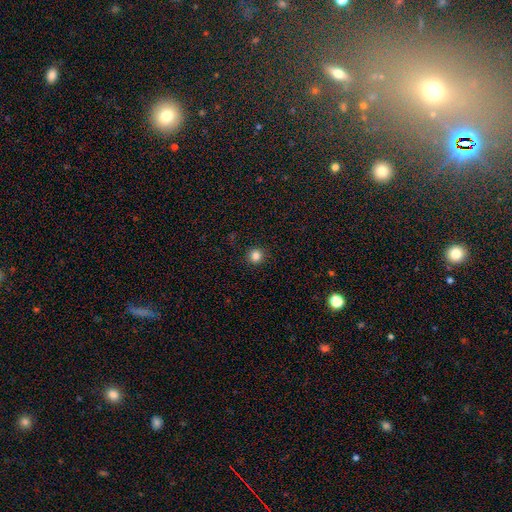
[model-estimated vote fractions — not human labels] This is clearly a smooth galaxy (84%). How rounded: clearly round (92%). Merging: clearly none (92%).